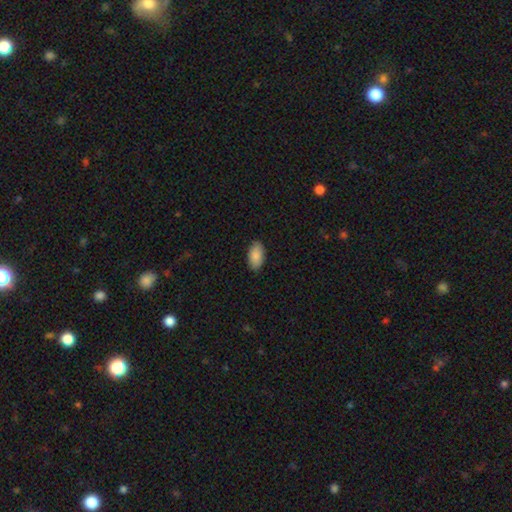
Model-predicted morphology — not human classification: Smooth or featured?
  - smooth: 89% *
  - star or artifact: 6%
  - featured or disk: 5%
How rounded?
  - in between: 95% *
  - cigar-shaped: 3%
  - round: 3%
Merging?
  - none: 88% *
  - minor disturbance: 9%
  - major disturbance: 2%
  - merger: 1%